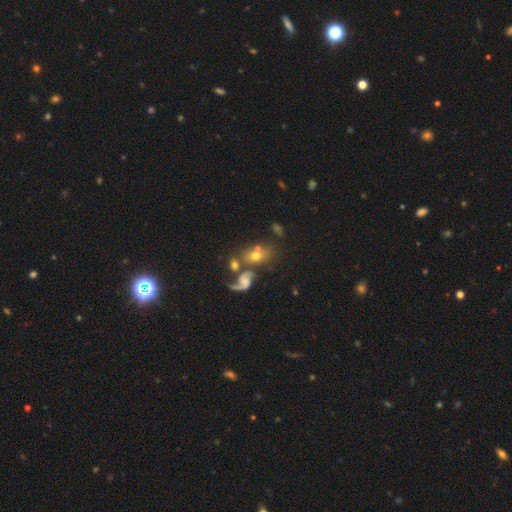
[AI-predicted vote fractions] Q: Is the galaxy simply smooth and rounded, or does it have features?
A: smooth — 46%.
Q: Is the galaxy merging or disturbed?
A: merger — 44%.